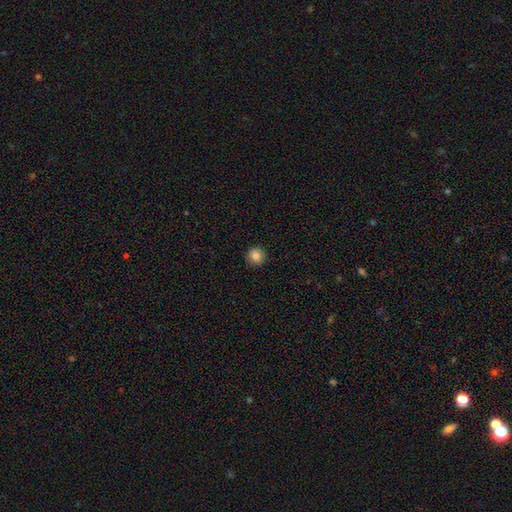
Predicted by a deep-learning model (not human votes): Smooth or featured? Predicted: smooth (p=0.83). How rounded? Predicted: round (p=0.93). Merging? Predicted: none (p=0.91).